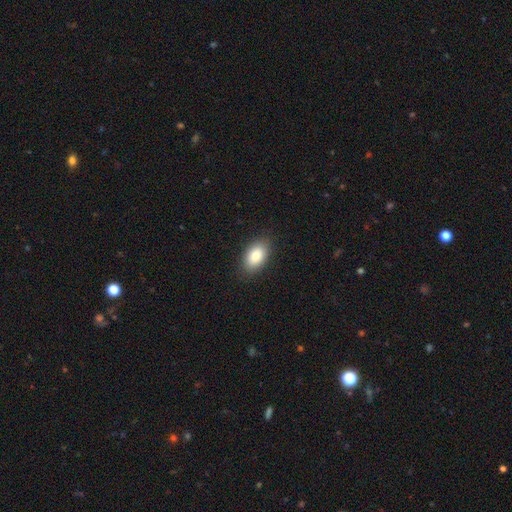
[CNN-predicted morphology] smooth-or-featured: smooth: 85% | featured or disk: 8% | star or artifact: 7%
  how-rounded: in between: 92% | round: 6% | cigar-shaped: 2%
  merging: none: 87% | minor disturbance: 10% | major disturbance: 2% | merger: 1%